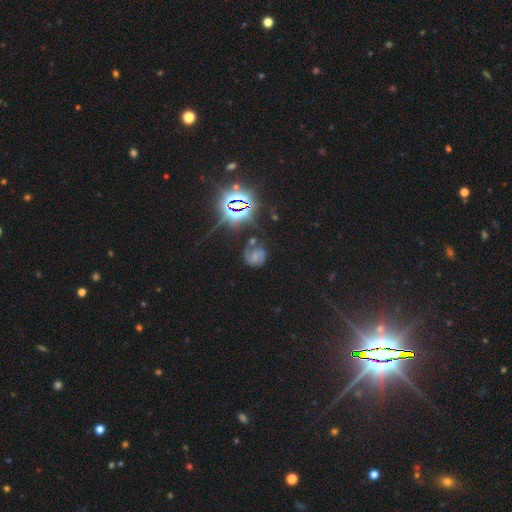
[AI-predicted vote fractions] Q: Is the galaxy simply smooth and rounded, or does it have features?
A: featured or disk — 54%.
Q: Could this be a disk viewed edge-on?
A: no — 97%.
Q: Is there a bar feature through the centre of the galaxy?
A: no — 67%.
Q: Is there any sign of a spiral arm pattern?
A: yes — 85%.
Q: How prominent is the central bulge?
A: small — 39%.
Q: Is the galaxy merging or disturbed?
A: none — 57%.